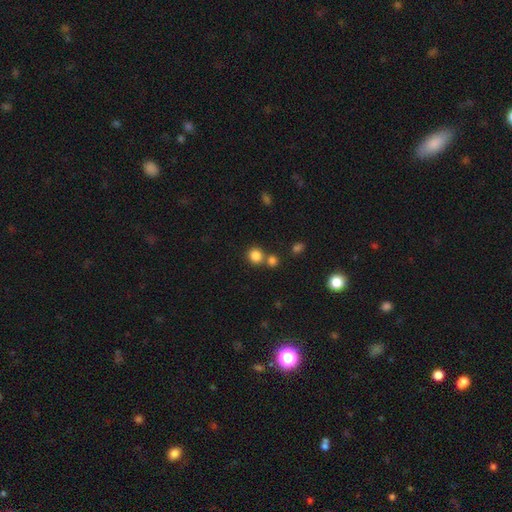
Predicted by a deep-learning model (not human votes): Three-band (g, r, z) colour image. It shows a smooth galaxy with no disk features (82%) that is round (89%). Merging: none (63%).